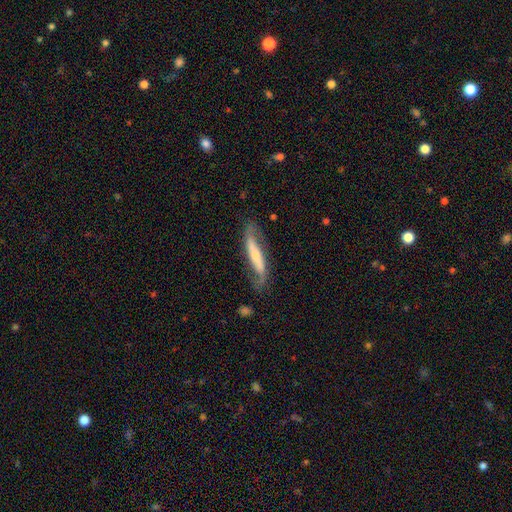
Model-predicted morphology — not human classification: Smooth or featured?
  - featured or disk: 71% *
  - smooth: 24%
  - star or artifact: 6%
Edge-on disk?
  - no: 67% *
  - yes: 33%
Merging?
  - none: 66% *
  - minor disturbance: 20%
  - major disturbance: 11%
  - merger: 2%